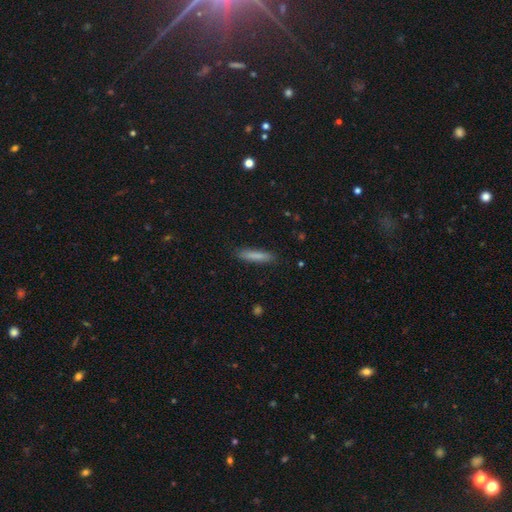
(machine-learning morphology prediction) smooth_or_featured: smooth (p=0.81) [alt: featured or disk p=0.12]
how_rounded: cigar-shaped (p=0.88) [alt: in between p=0.11]
merging: none (p=0.87) [alt: minor disturbance p=0.10]